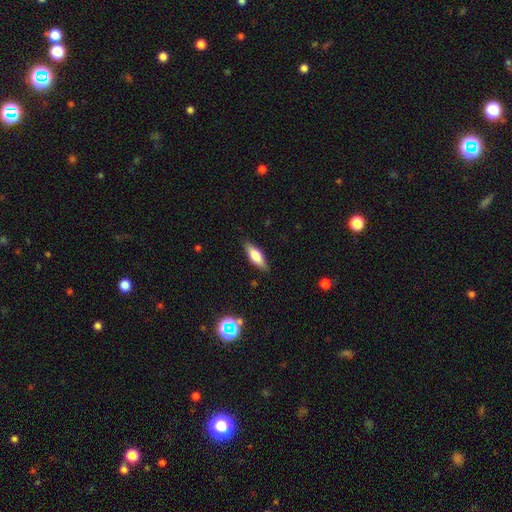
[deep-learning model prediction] smooth_or_featured: smooth (p=0.68) [alt: featured or disk p=0.25]
how_rounded: in between (p=0.57) [alt: cigar-shaped p=0.41]
merging: none (p=0.86) [alt: minor disturbance p=0.10]